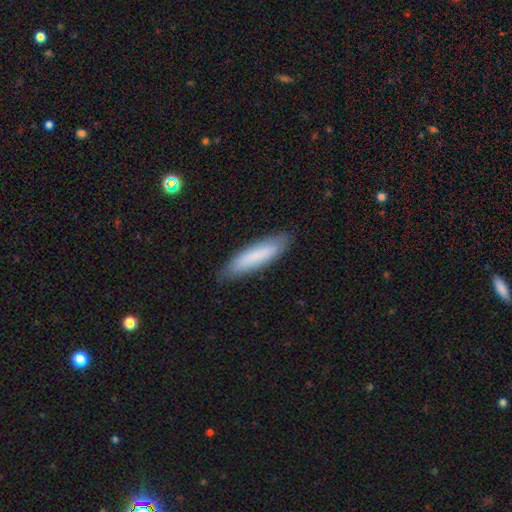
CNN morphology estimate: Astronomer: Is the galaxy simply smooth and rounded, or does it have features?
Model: smooth — 83%.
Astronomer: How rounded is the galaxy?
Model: cigar-shaped — 76%.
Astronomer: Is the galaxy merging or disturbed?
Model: none — 87%.